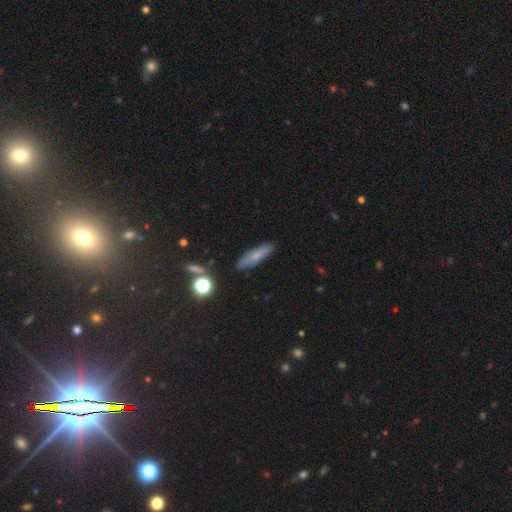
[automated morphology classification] Q: Smooth or featured?
A: smooth (64%); runner-up: featured or disk (25%)
Q: How rounded?
A: cigar-shaped (67%); runner-up: in between (29%)
Q: Merging?
A: none (83%); runner-up: minor disturbance (12%)